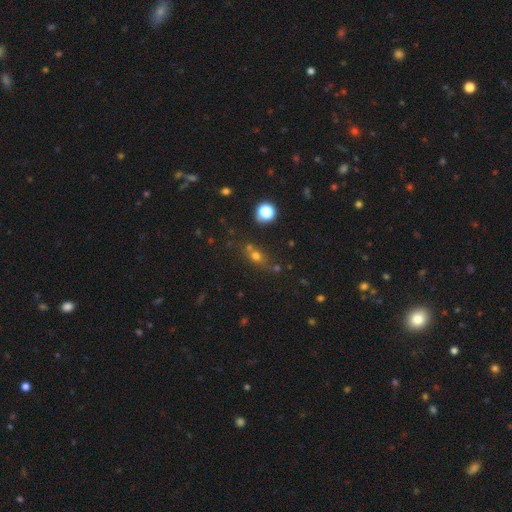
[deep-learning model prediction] smooth-or-featured: smooth: 55% | star or artifact: 32% | featured or disk: 13%
  how-rounded: round: 62% | in between: 31% | cigar-shaped: 7%
  merging: none: 62% | merger: 19% | minor disturbance: 13% | major disturbance: 6%